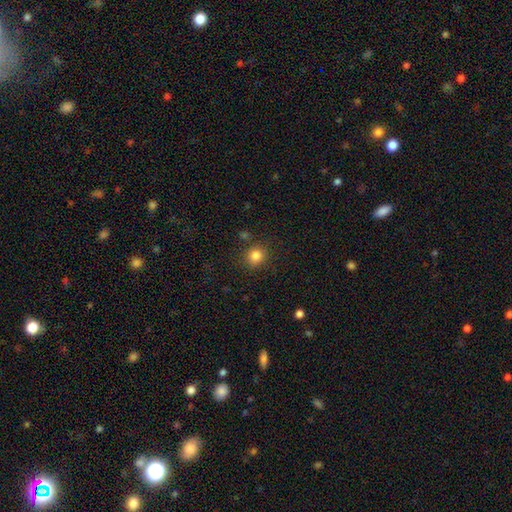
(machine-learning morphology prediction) smooth 83%, star or artifact 12%, featured or disk 5%. Down the decision tree: how rounded — round (86%); merging — none (85%).